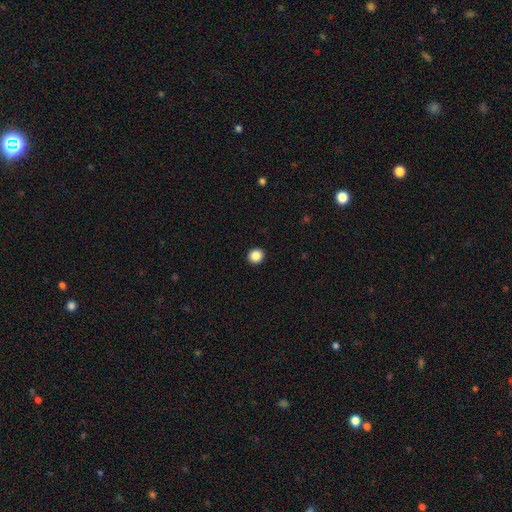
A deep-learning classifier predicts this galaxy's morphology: This is clearly a smooth galaxy (87%). How rounded: clearly round (91%). Merging: clearly none (94%).